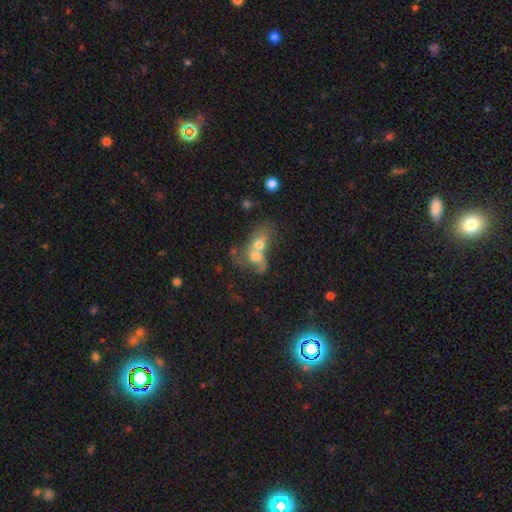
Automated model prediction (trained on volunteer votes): smooth_or_featured: smooth (p=0.56) [alt: featured or disk p=0.33]
how_rounded: in between (p=0.57) [alt: round p=0.40]
merging: merger (p=0.81) [alt: none p=0.08]